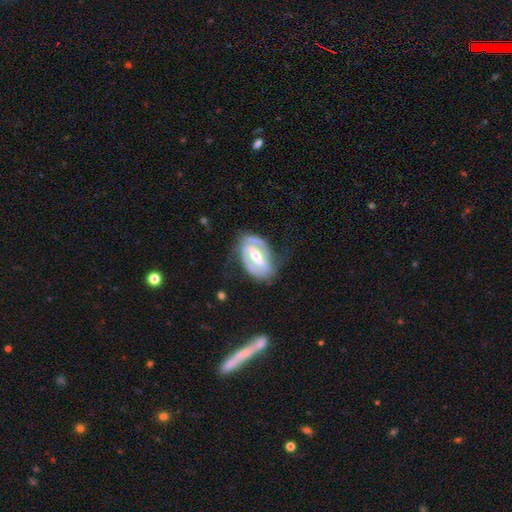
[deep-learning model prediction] A featured or disk galaxy (84%) with a strong bar (61%), 2 (80%) tight (47%) spiral arms (83%) and a moderate central bulge (69%).

Vote fractions:
- Smooth or featured? featured or disk: 84% / smooth: 11% / star or artifact: 4%
- Edge-on disk? no: 95% / yes: 5%
- Bar? strong: 61% / weak: 29% / no: 11%
- Spiral arms? yes: 83% / no: 17%
- Spiral winding? tight: 47% / medium: 39% / loose: 14%
- Spiral arm count? 2: 80% / can't tell: 10% / 1: 6% / 3: 2% / 4: 1% / more than 4: 1%
- Bulge size? moderate: 69% / small: 20% / large: 8% / none: 1% / dominant: 1%
- Merging? none: 66% / minor disturbance: 21% / major disturbance: 11% / merger: 2%